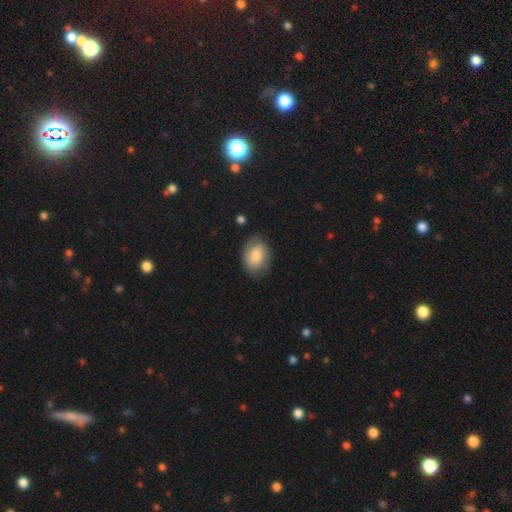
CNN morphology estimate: smooth-or-featured: smooth: 70% | featured or disk: 23% | star or artifact: 7%
  how-rounded: in between: 76% | round: 23% | cigar-shaped: 1%
  merging: none: 73% | minor disturbance: 20% | major disturbance: 6% | merger: 2%